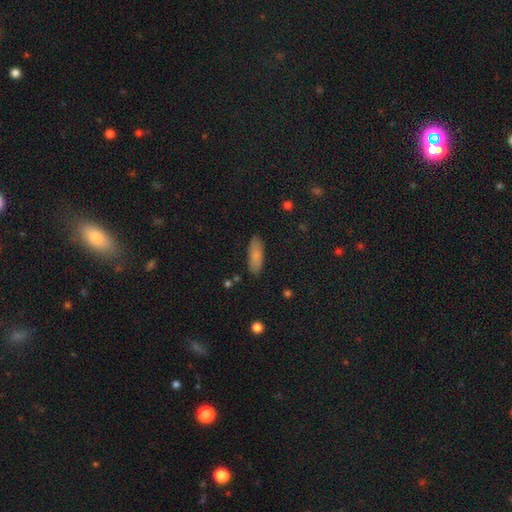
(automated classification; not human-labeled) smooth 83%, featured or disk 9%, star or artifact 7%. Down the decision tree: how rounded — in between (67%); merging — none (85%).